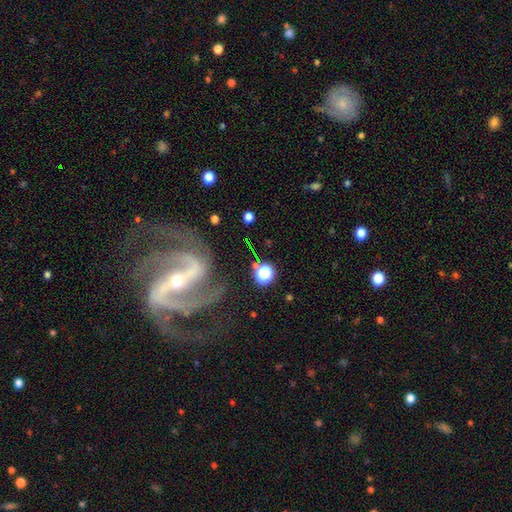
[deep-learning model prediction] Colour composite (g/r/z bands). It shows a featured or disk galaxy (56%) with a strong bar (38%), spiral arms (82%) and a small central bulge (46%). Merging: none (69%).